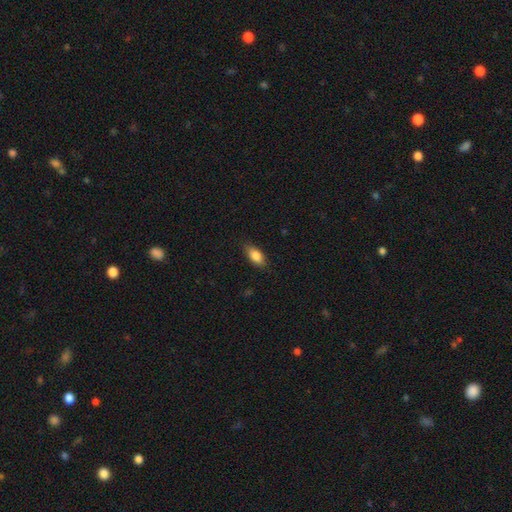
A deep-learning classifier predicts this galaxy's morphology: Smooth or featured? smooth (83%)
How rounded? in between (86%)
Merging? none (83%)